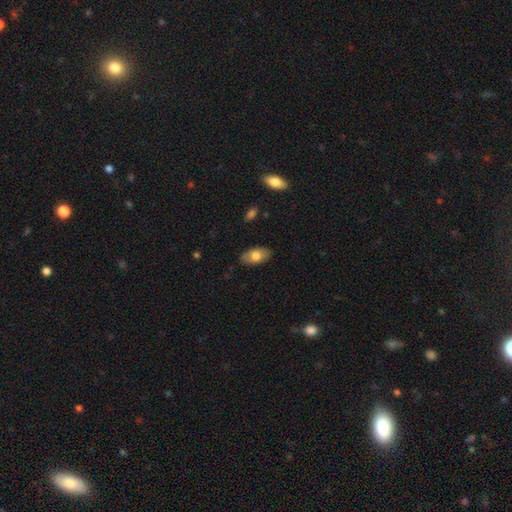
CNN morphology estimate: This is likely a smooth galaxy (73%). How rounded: clearly in between (93%). Merging: clearly none (85%).